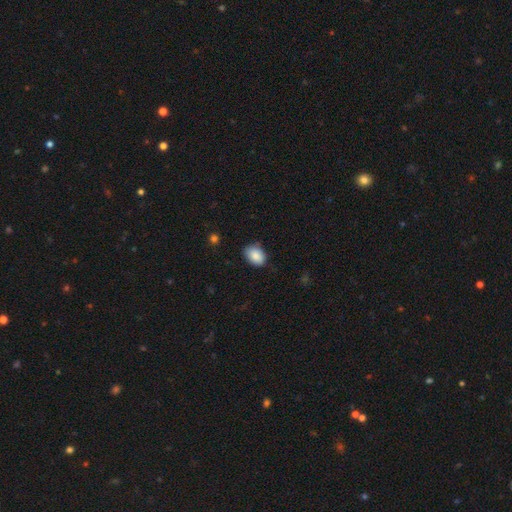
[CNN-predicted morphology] A smooth galaxy with no disk features (88%) that is in between round and cigar-shaped (77%).

Vote fractions:
- Smooth or featured? smooth: 88% / star or artifact: 7% / featured or disk: 4%
- How rounded? in between: 77% / round: 22% / cigar-shaped: 1%
- Merging? none: 77% / minor disturbance: 19% / major disturbance: 3% / merger: 1%